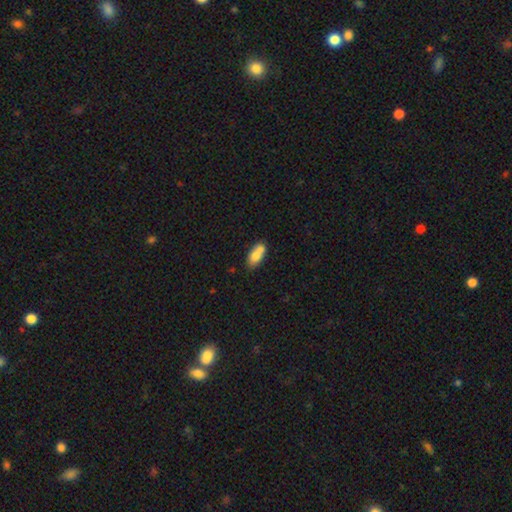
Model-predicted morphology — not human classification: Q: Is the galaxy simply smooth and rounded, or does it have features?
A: smooth — 72%.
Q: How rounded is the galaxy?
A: in between — 84%.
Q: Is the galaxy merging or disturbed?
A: none — 41%, tied with merger.